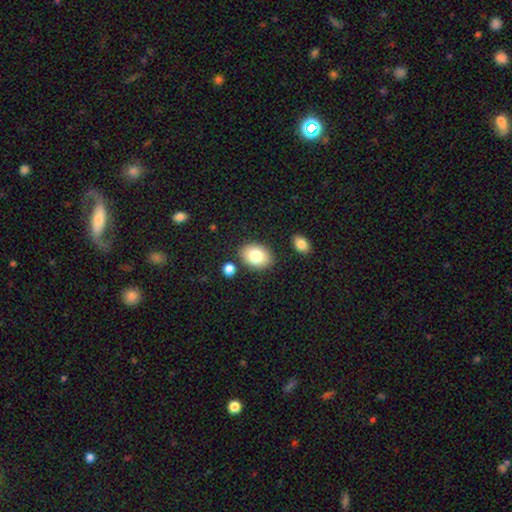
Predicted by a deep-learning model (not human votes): A smooth galaxy with no disk features (81%) that is in between round and cigar-shaped (79%).

Vote fractions:
- Smooth or featured? smooth: 81% / featured or disk: 11% / star or artifact: 8%
- How rounded? in between: 79% / round: 20% / cigar-shaped: 1%
- Merging? none: 82% / minor disturbance: 10% / merger: 5% / major disturbance: 3%